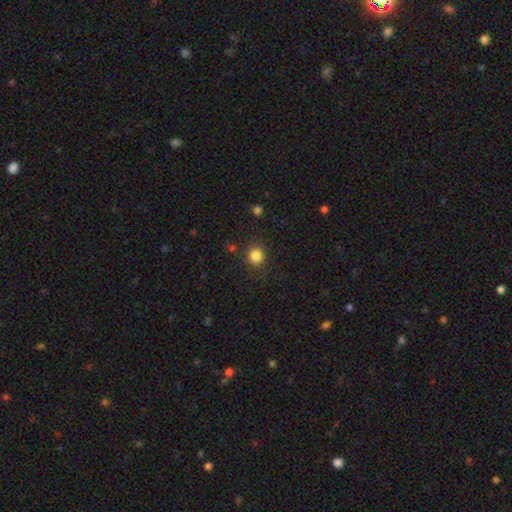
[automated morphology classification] The model was most divided on "smooth or featured": smooth: 84%, star or artifact: 12%, featured or disk: 4%. More confident: how rounded — round (88%); merging — none (86%).